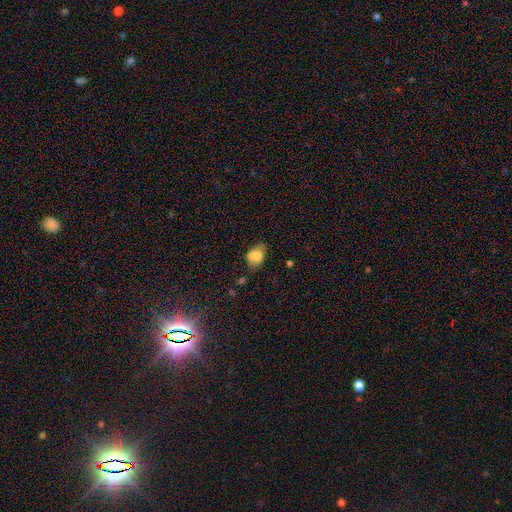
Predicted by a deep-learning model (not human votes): smooth 66%, featured or disk 24%, star or artifact 11%. Down the decision tree: how rounded — in between (68%); merging — merger (45%).